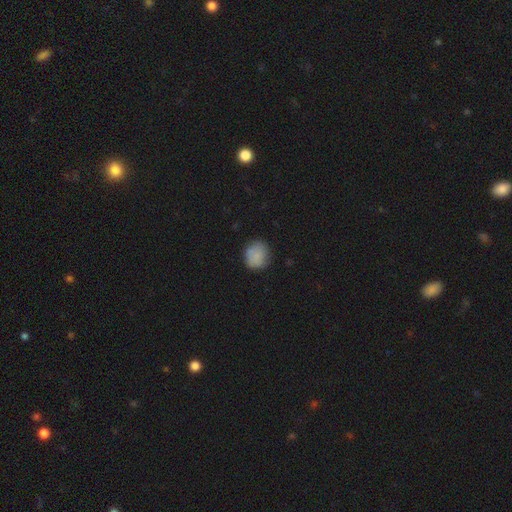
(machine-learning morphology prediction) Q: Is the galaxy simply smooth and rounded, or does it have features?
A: smooth — 82%.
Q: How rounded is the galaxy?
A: round — 82%.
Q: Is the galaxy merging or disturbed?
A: none — 75%.